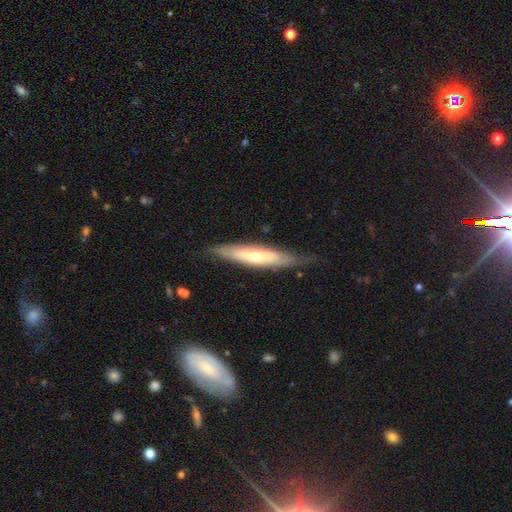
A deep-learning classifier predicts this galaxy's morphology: Overall: featured or disk (48%; smooth 46%). Merging: none (76%).